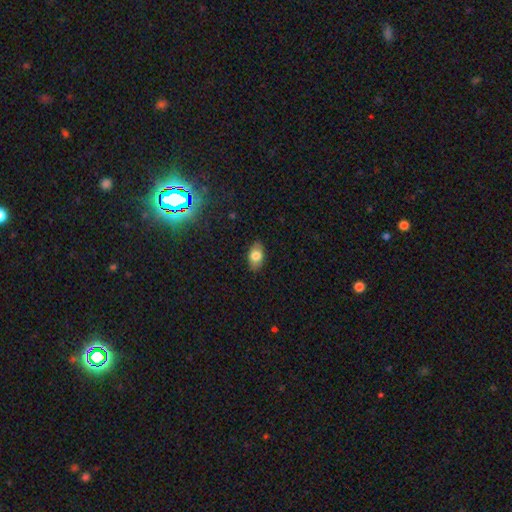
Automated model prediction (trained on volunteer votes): The model was most divided on "smooth or featured": smooth: 76%, featured or disk: 15%, star or artifact: 8%. More confident: how rounded — in between (91%); merging — none (87%).